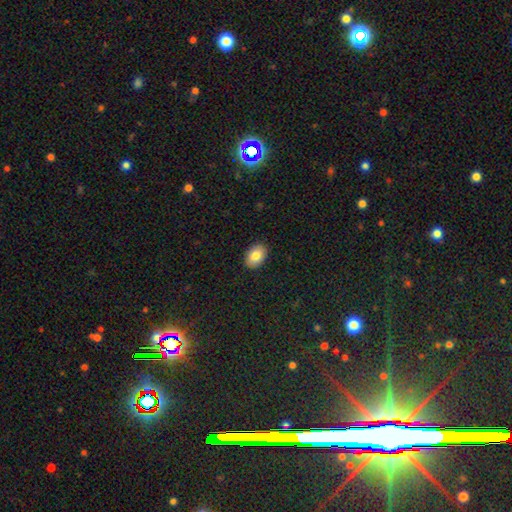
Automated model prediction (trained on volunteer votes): This appears to be a smooth galaxy with no disk features (83%) that is in between round and cigar-shaped (85%). Merging: none (90%).